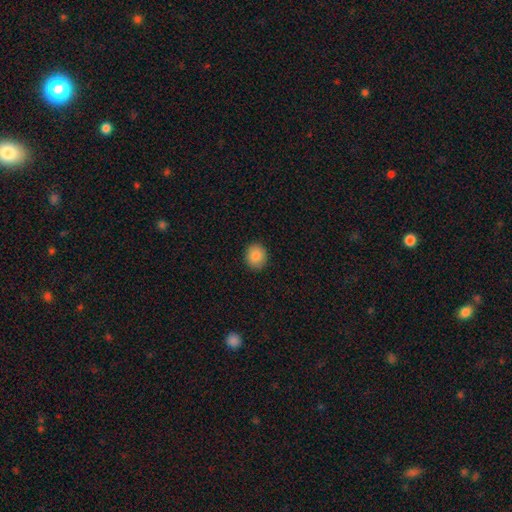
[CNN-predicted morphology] Q: Smooth or featured?
A: smooth (88%); runner-up: star or artifact (9%)
Q: How rounded?
A: round (78%); runner-up: in between (21%)
Q: Merging?
A: none (90%); runner-up: minor disturbance (7%)